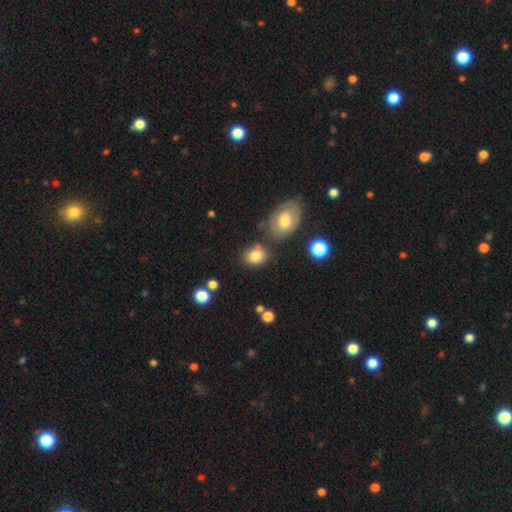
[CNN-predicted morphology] Overall: smooth (82%). How rounded: in between (57%; round 42%). Merging: none (69%).